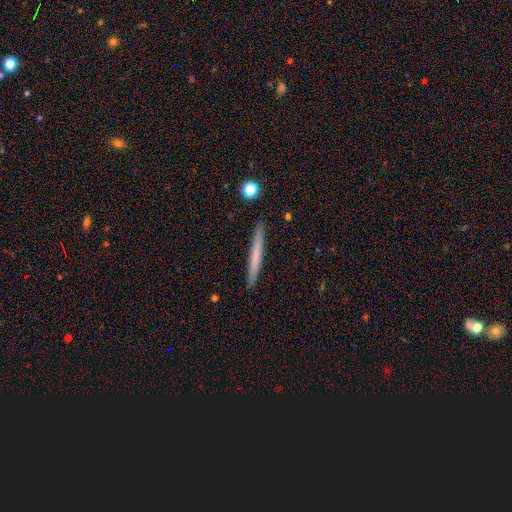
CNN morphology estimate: A smooth galaxy with no disk features (63%) that is cigar-shaped (97%). Merging: none (91%).